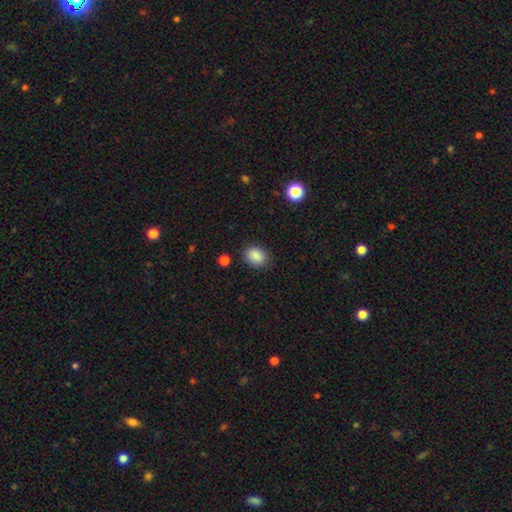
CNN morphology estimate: smooth-or-featured: smooth: 87% | star or artifact: 9% | featured or disk: 4%
  how-rounded: in between: 52% | round: 47% | cigar-shaped: 1%
  merging: none: 84% | minor disturbance: 11% | major disturbance: 3% | merger: 2%